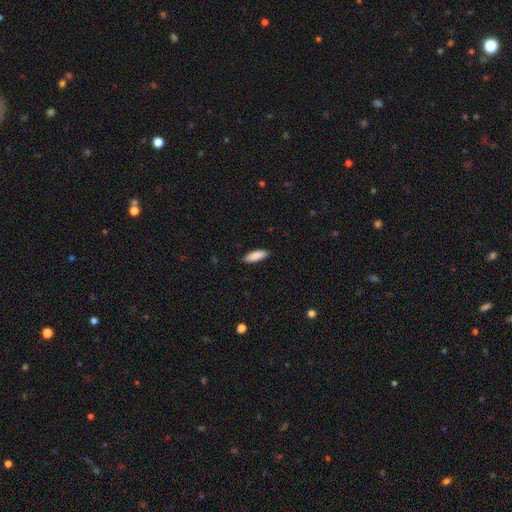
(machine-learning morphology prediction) Smooth or featured? Predicted: smooth (p=0.89). How rounded? Predicted: in between (p=0.62). Merging? Predicted: none (p=0.88).